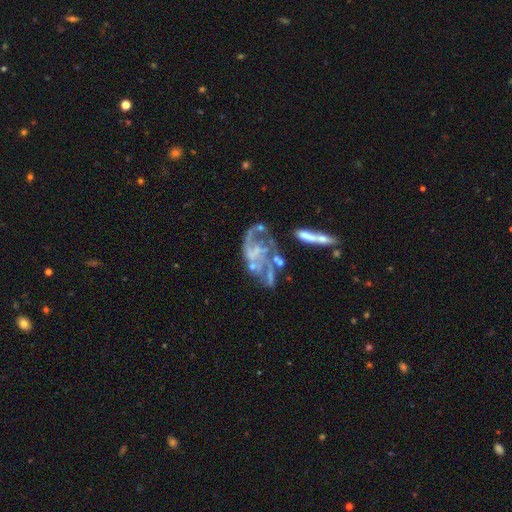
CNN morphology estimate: A featured or disk galaxy (78%) with no bar (67%), spiral arms (65%) and no central bulge (58%).

Vote fractions:
- Smooth or featured? featured or disk: 78% / smooth: 12% / star or artifact: 11%
- Edge-on disk? no: 96% / yes: 4%
- Bar? no: 67% / weak: 24% / strong: 9%
- Spiral arms? yes: 65% / no: 35%
- Bulge size? none: 58% / small: 28% / moderate: 12% / large: 2% / dominant: 1%
- Merging? major disturbance: 33% / none: 31% / merger: 19% / minor disturbance: 17%